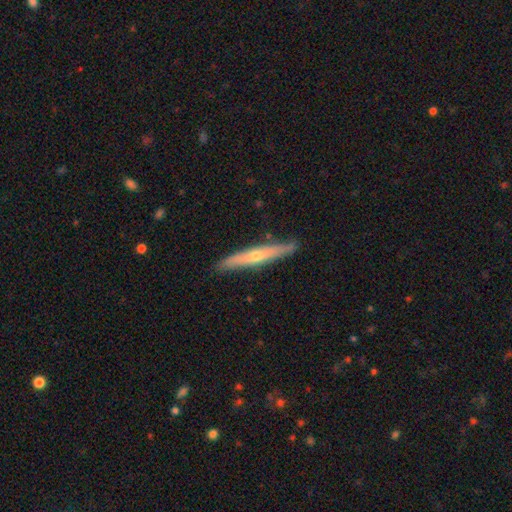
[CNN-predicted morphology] This is possibly a featured or disk galaxy (60%). It is clearly viewed edge-on (92%). Edge-on bulge: likely rounded (76%). Merging: clearly none (87%).